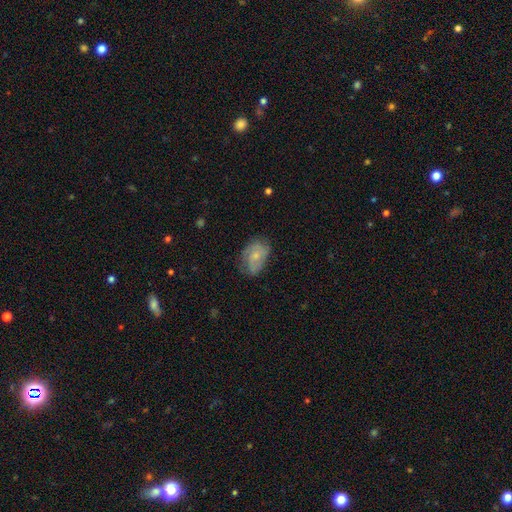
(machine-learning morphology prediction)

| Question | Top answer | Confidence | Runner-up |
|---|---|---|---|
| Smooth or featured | smooth | 47% | featured or disk (46%) |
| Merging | none | 62% | minor disturbance (28%) |